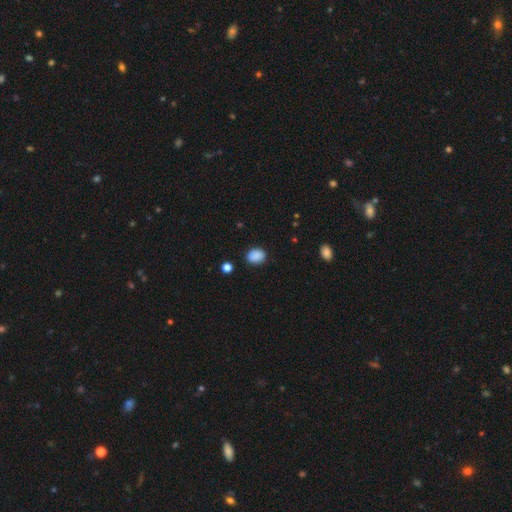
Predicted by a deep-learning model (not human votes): Smooth or featured? Predicted: smooth (p=0.88). How rounded? Predicted: in between (p=0.64). Merging? Predicted: none (p=0.84).